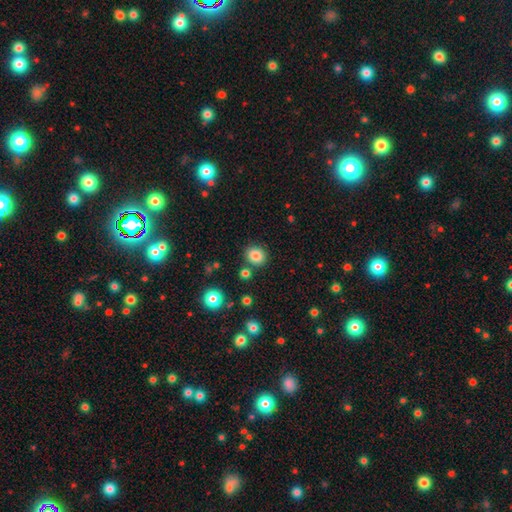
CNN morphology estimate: Overall: smooth (83%). How rounded: round (75%). Merging: none (83%).